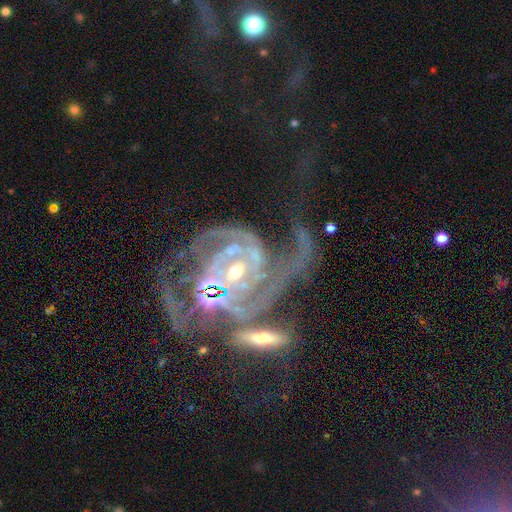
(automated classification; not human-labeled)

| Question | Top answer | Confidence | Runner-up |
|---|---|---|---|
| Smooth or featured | featured or disk | 87% | star or artifact (8%) |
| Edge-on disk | no | 97% | yes (3%) |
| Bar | no | 40% | weak (35%) |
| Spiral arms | yes | 94% | no (6%) |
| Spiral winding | medium | 42% | tight (40%) |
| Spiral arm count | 2 | 54% | 3 (14%) |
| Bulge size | small | 49% | moderate (44%) |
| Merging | none | 33% | major disturbance (31%) |